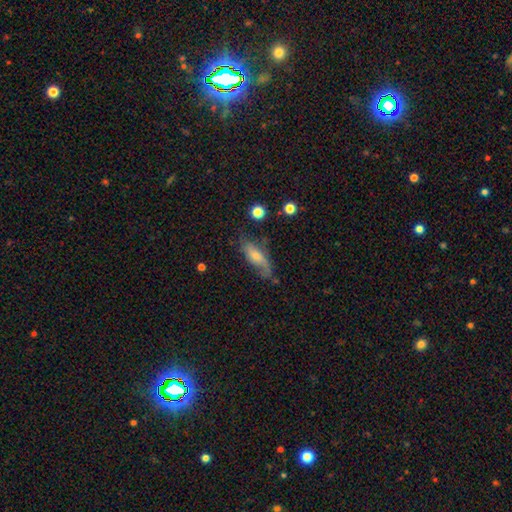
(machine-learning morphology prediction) A smooth galaxy with no disk features (46%).

Vote fractions:
- Smooth or featured? smooth: 46% / featured or disk: 45% / star or artifact: 9%
- Merging? none: 57% / minor disturbance: 28% / major disturbance: 13% / merger: 3%